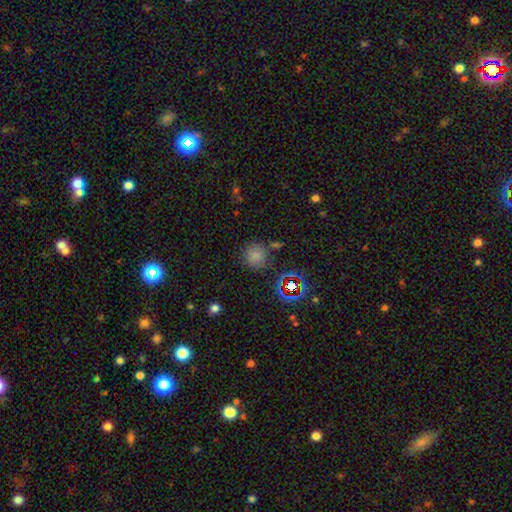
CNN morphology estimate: The model was most divided on "smooth or featured": smooth: 72%, star or artifact: 21%, featured or disk: 7%. More confident: how rounded — round (91%); merging — none (75%).